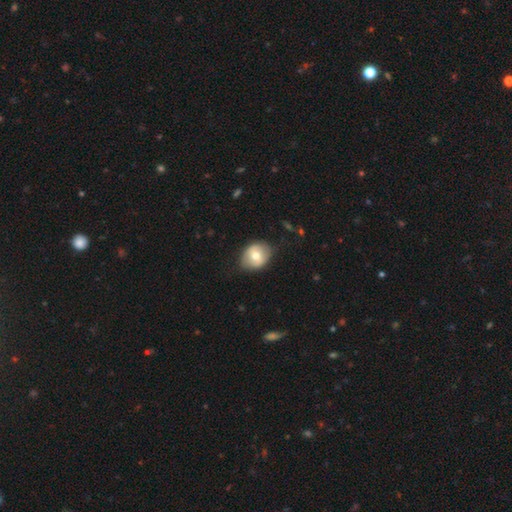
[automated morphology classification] This is likely a smooth galaxy (63%). How rounded: possibly in between (50%). Merging: likely none (75%).